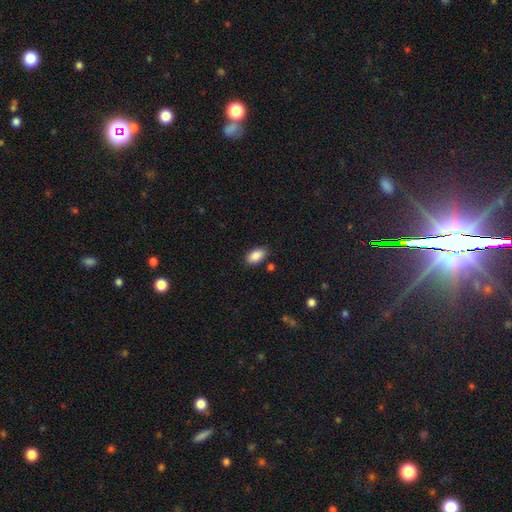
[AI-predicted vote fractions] The model was most divided on "merging": none: 84%, minor disturbance: 11%, major disturbance: 3%, merger: 2%. More confident: how rounded — in between (93%); smooth or featured — smooth (89%).